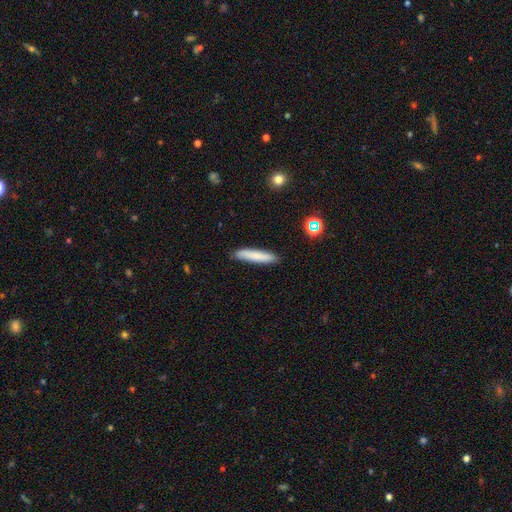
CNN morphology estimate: Smooth or featured? smooth (80%)
How rounded? cigar-shaped (88%)
Merging? none (88%)